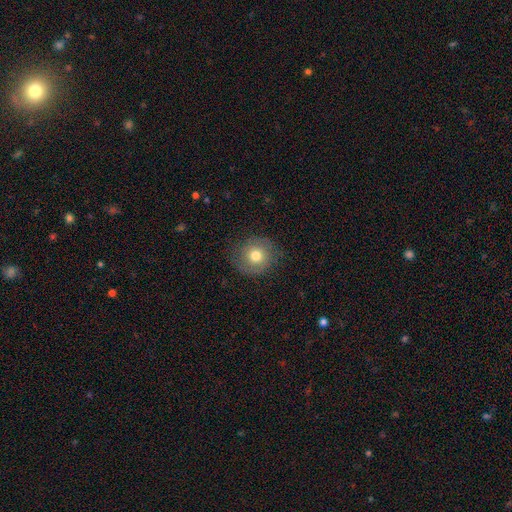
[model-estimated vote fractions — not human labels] This appears to be a smooth galaxy with no disk features (68%) that is round (88%). Merging: none (78%).